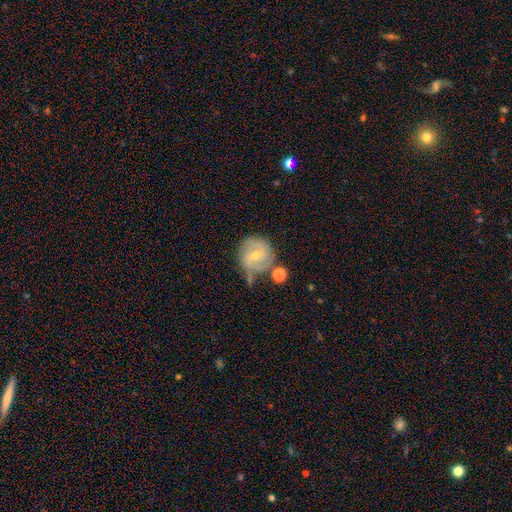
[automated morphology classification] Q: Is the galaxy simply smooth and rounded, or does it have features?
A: featured or disk — 66%.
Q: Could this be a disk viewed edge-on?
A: no — 97%.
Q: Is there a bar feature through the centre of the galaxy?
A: weak — 49%.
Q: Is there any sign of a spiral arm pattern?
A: yes — 85%.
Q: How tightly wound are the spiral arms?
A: tight — 43%.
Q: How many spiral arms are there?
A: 2 — 64%.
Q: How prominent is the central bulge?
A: small — 52%.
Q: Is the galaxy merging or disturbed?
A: none — 54%.